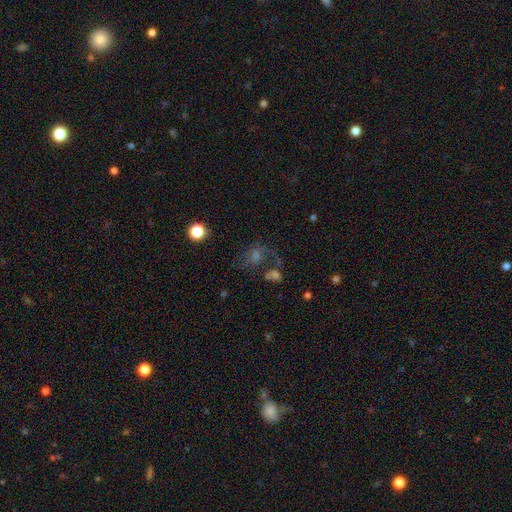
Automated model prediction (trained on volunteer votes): A featured or disk galaxy (43%).

Vote fractions:
- Smooth or featured? featured or disk: 43% / smooth: 30% / star or artifact: 27%
- Merging? none: 40% / major disturbance: 23% / merger: 22% / minor disturbance: 15%